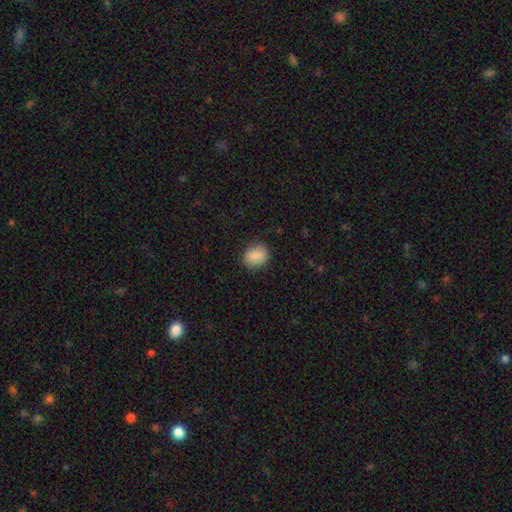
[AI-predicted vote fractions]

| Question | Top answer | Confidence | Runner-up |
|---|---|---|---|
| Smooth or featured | smooth | 88% | star or artifact (7%) |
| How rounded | in between | 59% | round (40%) |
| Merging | none | 84% | minor disturbance (12%) |